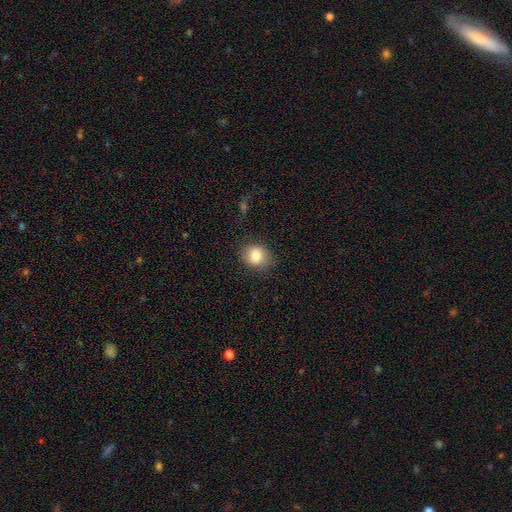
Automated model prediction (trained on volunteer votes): Smooth or featured: smooth — 82% (featured or disk — 9%)
How rounded: round — 60% (in between — 39%)
Merging: none — 80% (minor disturbance — 14%)